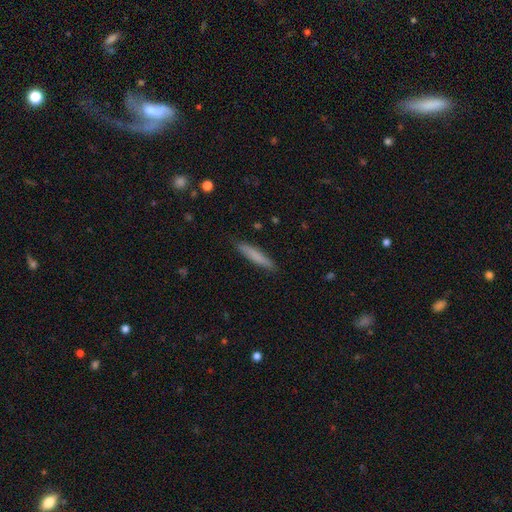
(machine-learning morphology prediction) A smooth galaxy with no disk features (75%) that is cigar-shaped (93%).

Vote fractions:
- Smooth or featured? smooth: 75% / featured or disk: 19% / star or artifact: 6%
- How rounded? cigar-shaped: 93% / in between: 6% / round: 1%
- Merging? none: 89% / minor disturbance: 8% / major disturbance: 2% / merger: 1%